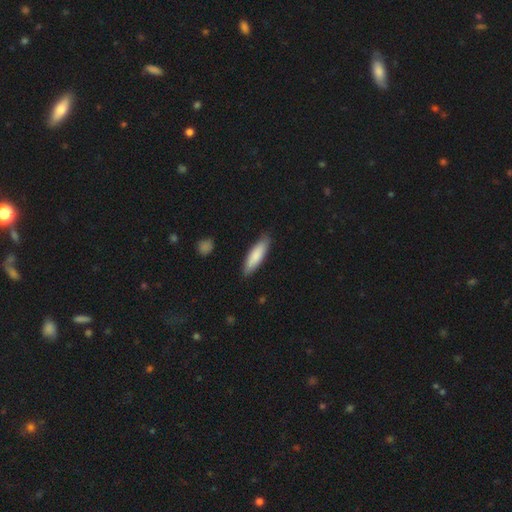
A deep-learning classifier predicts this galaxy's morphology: Overall: smooth (84%). How rounded: cigar-shaped (58%; in between 41%). Merging: none (85%).